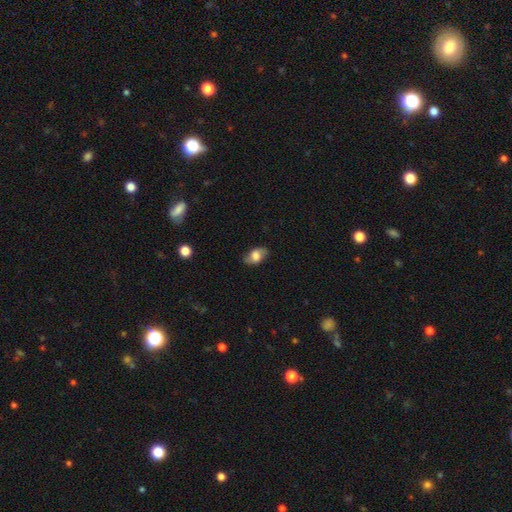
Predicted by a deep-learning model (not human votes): The model was most divided on "smooth or featured": smooth: 60%, featured or disk: 32%, star or artifact: 8%. More confident: how rounded — in between (87%); merging — none (78%).